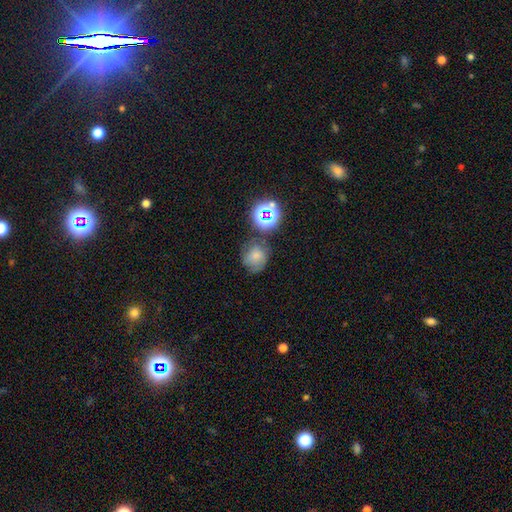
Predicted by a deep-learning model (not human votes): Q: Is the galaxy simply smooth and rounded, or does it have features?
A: smooth — 62%.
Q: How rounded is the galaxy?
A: round — 76%.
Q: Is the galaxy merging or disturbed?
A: none — 56%.